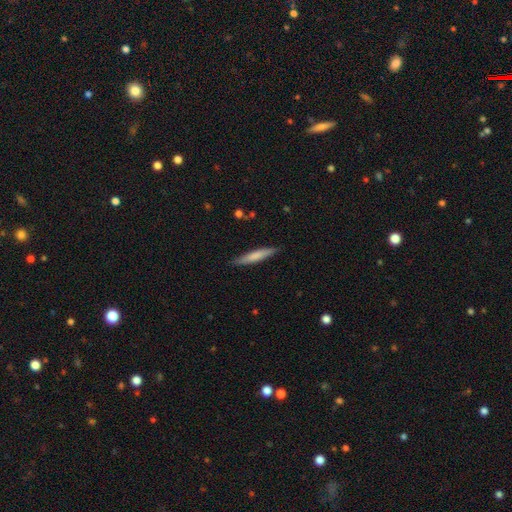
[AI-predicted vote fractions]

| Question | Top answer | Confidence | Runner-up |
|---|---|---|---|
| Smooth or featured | smooth | 71% | featured or disk (24%) |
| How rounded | cigar-shaped | 92% | in between (7%) |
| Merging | none | 87% | minor disturbance (10%) |